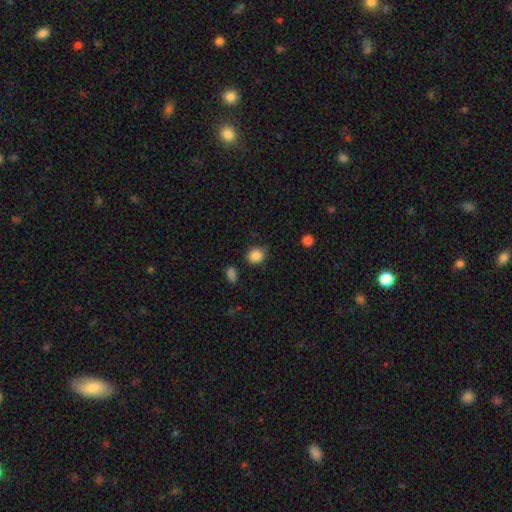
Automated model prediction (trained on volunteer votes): This appears to be a smooth galaxy with no disk features (85%) that is round (78%). Merging: none (76%).